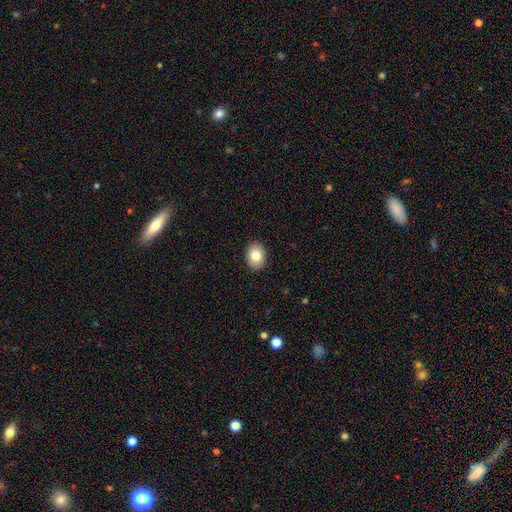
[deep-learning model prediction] smooth_or_featured: smooth (p=0.82) [alt: featured or disk p=0.09]
how_rounded: in between (p=0.63) [alt: round p=0.36]
merging: none (p=0.90) [alt: minor disturbance p=0.07]